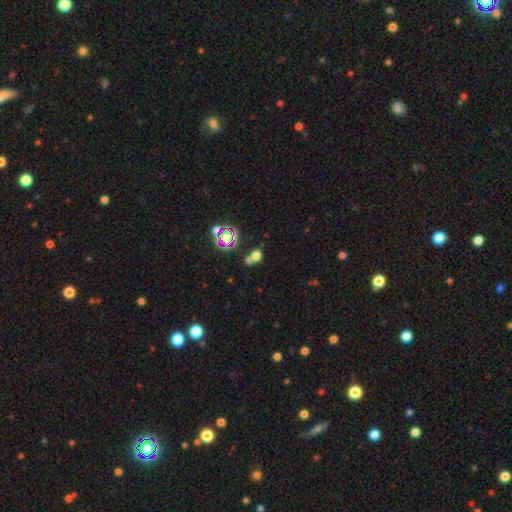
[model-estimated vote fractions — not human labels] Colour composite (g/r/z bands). It shows a smooth galaxy with no disk features (60%) that is round (56%). Merging: merger (43%).